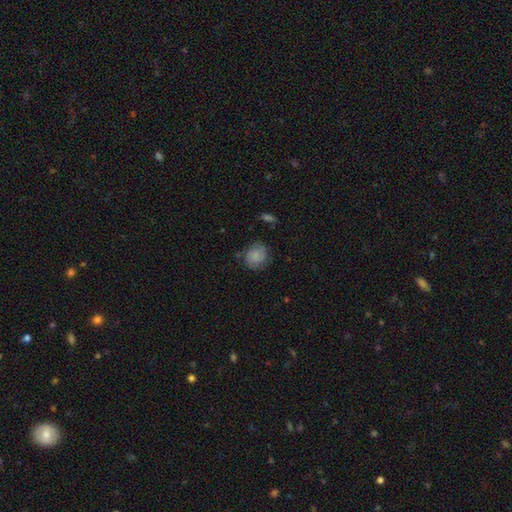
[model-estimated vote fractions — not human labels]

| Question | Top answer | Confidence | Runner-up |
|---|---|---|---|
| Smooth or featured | smooth | 66% | featured or disk (26%) |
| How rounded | round | 76% | in between (23%) |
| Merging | none | 73% | minor disturbance (19%) |